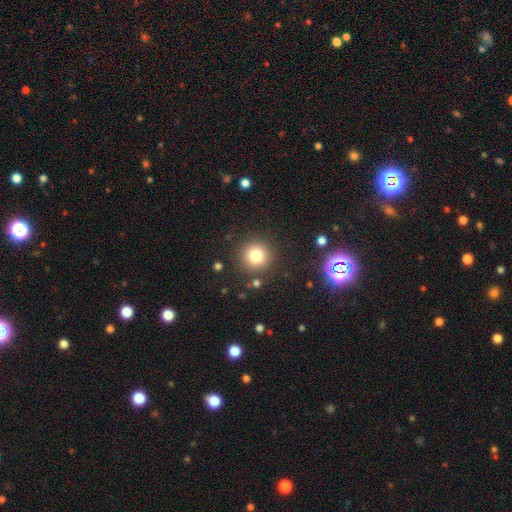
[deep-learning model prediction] The model was most divided on "smooth or featured": smooth: 78%, star or artifact: 14%, featured or disk: 8%. More confident: how rounded — round (95%); merging — none (88%).